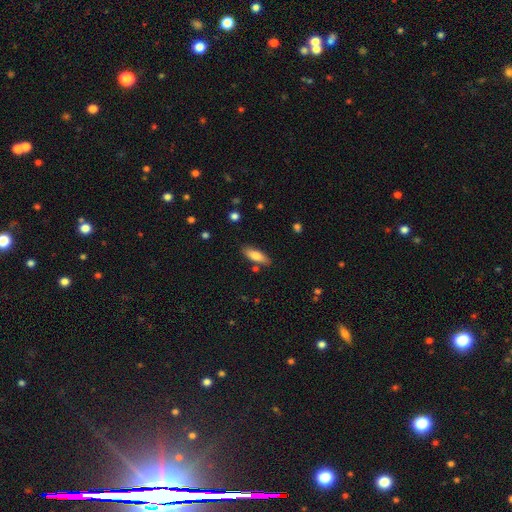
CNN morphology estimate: The model was most divided on "how rounded": in between: 61%, cigar-shaped: 37%, round: 2%. More confident: merging — none (82%); smooth or featured — smooth (79%).